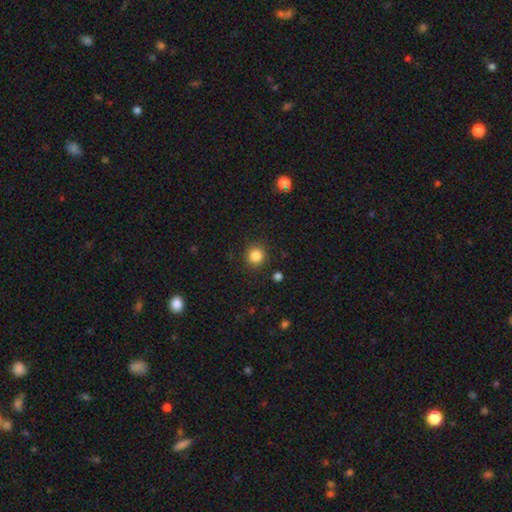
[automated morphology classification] type=smooth (84%); roundness=round (93%); merging=none (90%).